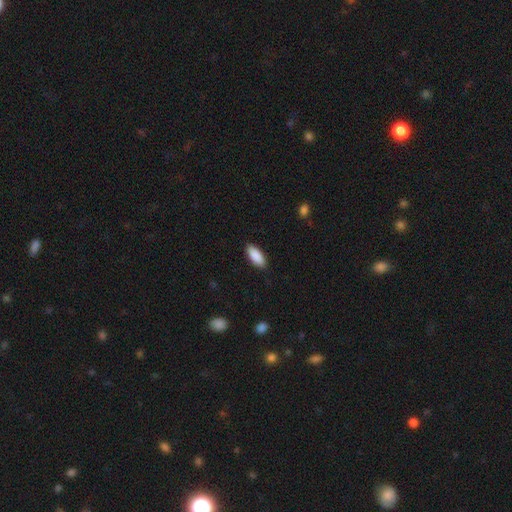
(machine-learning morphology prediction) A smooth galaxy with no disk features (90%) that is in between round and cigar-shaped (84%).

Vote fractions:
- Smooth or featured? smooth: 90% / star or artifact: 6% / featured or disk: 4%
- How rounded? in between: 84% / cigar-shaped: 14% / round: 2%
- Merging? none: 89% / minor disturbance: 8% / major disturbance: 2% / merger: 1%